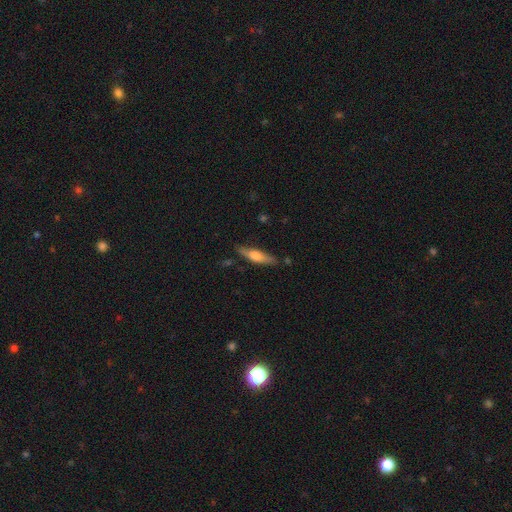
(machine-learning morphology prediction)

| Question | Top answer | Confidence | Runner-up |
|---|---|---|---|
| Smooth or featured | smooth | 51% | featured or disk (43%) |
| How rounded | cigar-shaped | 72% | in between (26%) |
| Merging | none | 79% | minor disturbance (16%) |